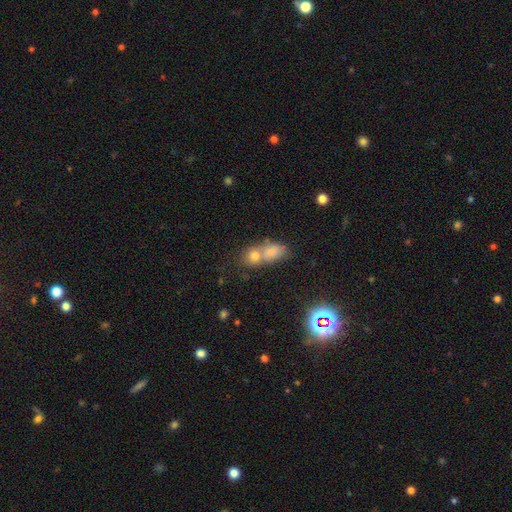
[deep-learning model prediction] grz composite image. It shows a smooth galaxy with no disk features (61%) that is in between round and cigar-shaped (49%). Merging: merger (56%).